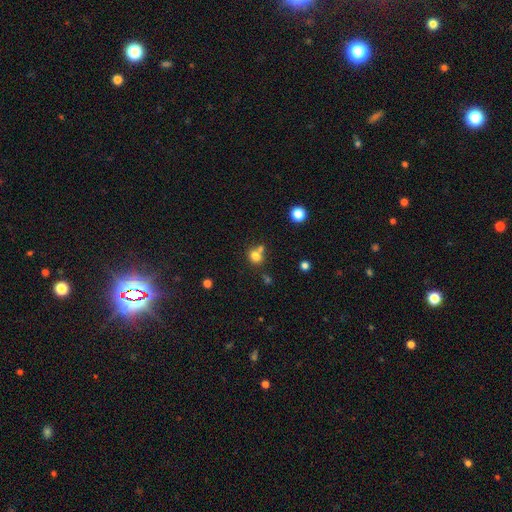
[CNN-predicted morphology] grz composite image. It shows a smooth galaxy with no disk features (77%) that is round (71%). Merging: none (50%).